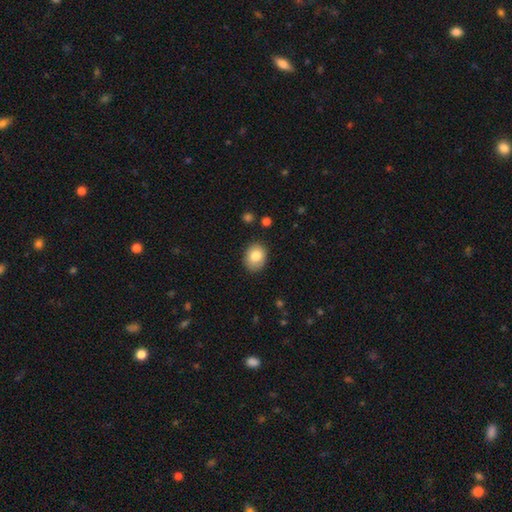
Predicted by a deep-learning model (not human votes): A smooth galaxy with no disk features (81%) that is in between round and cigar-shaped (52%).

Vote fractions:
- Smooth or featured? smooth: 81% / featured or disk: 11% / star or artifact: 8%
- How rounded? in between: 52% / round: 47% / cigar-shaped: 1%
- Merging? none: 84% / minor disturbance: 12% / major disturbance: 2% / merger: 1%